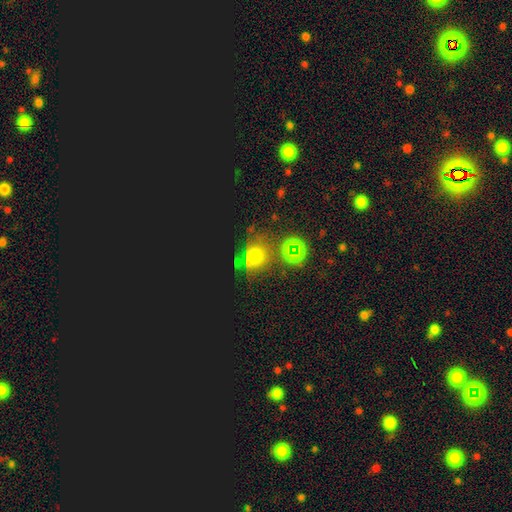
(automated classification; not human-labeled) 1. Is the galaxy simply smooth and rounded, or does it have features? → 49% star or artifact, 37% smooth, 13% featured or disk.